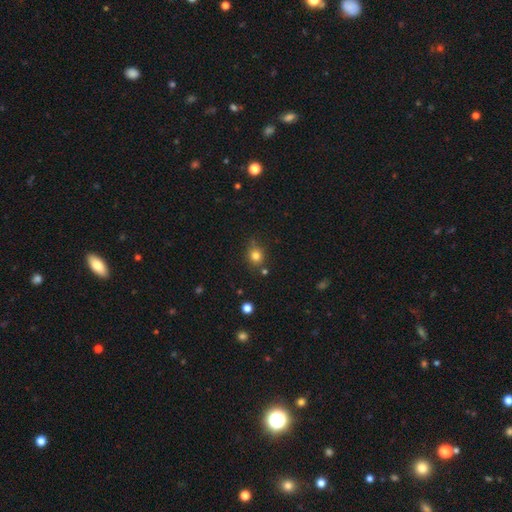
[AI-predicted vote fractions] smooth_or_featured: smooth (p=0.80) [alt: star or artifact p=0.13]
how_rounded: round (p=0.79) [alt: in between p=0.20]
merging: none (p=0.76) [alt: minor disturbance p=0.14]